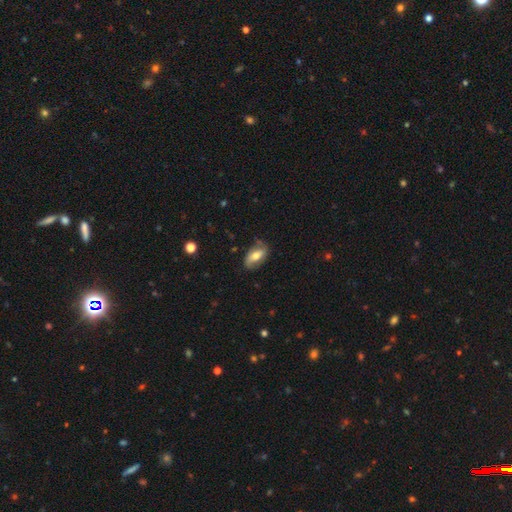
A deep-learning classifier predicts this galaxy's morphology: Smooth or featured?
  - featured or disk: 53% *
  - smooth: 41%
  - star or artifact: 7%
Edge-on disk?
  - no: 89% *
  - yes: 11%
Merging?
  - none: 70% *
  - minor disturbance: 21%
  - major disturbance: 7%
  - merger: 2%